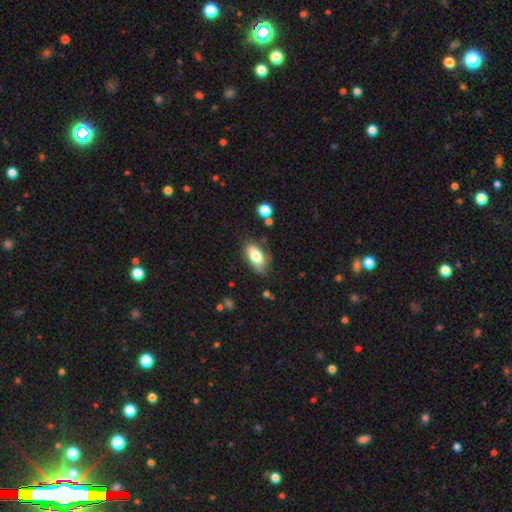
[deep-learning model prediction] A smooth galaxy with no disk features (77%) that is in between round and cigar-shaped (90%).

Vote fractions:
- Smooth or featured? smooth: 77% / featured or disk: 16% / star or artifact: 7%
- How rounded? in between: 90% / cigar-shaped: 6% / round: 4%
- Merging? none: 69% / minor disturbance: 23% / major disturbance: 5% / merger: 3%